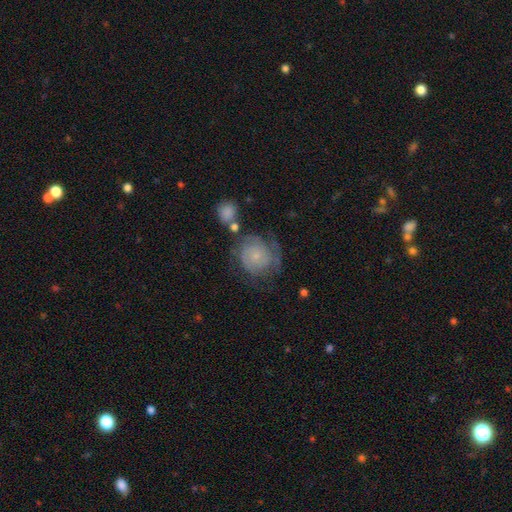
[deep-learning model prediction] Smooth or featured?
  - featured or disk: 56% *
  - smooth: 35%
  - star or artifact: 8%
Edge-on disk?
  - no: 97% *
  - yes: 3%
Bar?
  - no: 80% *
  - weak: 17%
  - strong: 3%
Spiral arms?
  - yes: 83% *
  - no: 17%
Bulge size?
  - small: 70% *
  - moderate: 17%
  - none: 10%
  - large: 2%
  - dominant: 1%
Merging?
  - none: 51% *
  - minor disturbance: 23%
  - major disturbance: 18%
  - merger: 8%